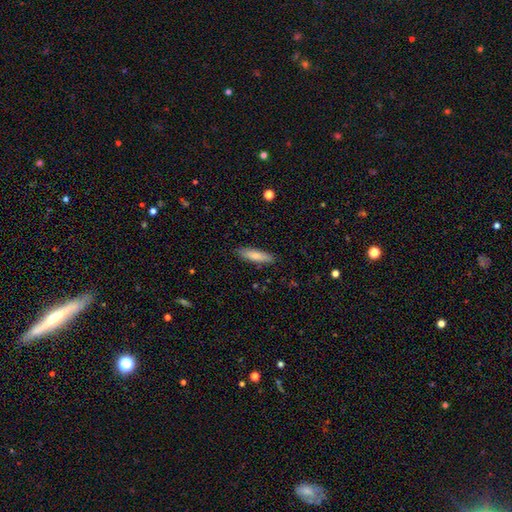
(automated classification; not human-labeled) smooth_or_featured: smooth (p=0.79) [alt: featured or disk p=0.15]
how_rounded: cigar-shaped (p=0.66) [alt: in between p=0.33]
merging: none (p=0.87) [alt: minor disturbance p=0.10]